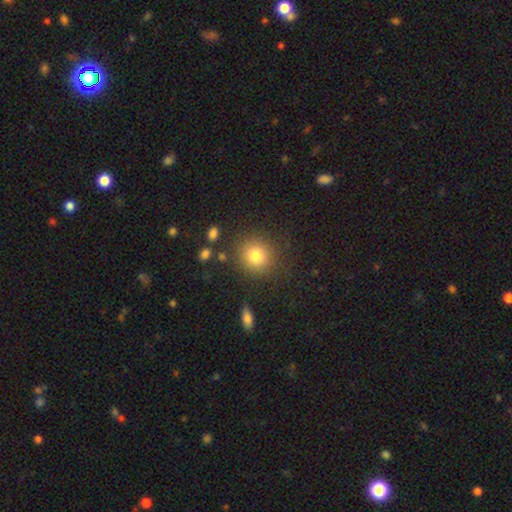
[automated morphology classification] Smooth or featured? smooth (81%)
How rounded? round (87%)
Merging? none (84%)